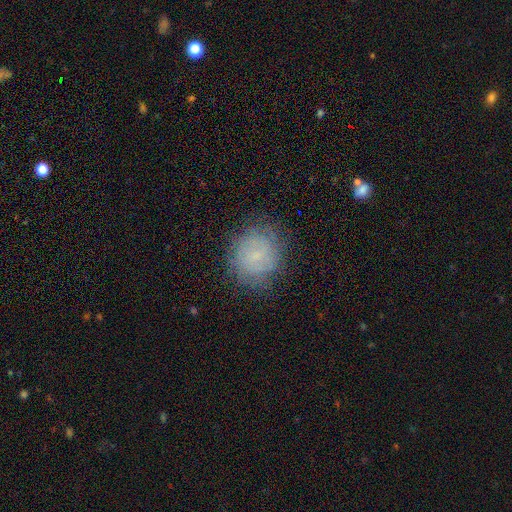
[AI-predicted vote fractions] Smooth or featured? smooth (56%)
How rounded? round (81%)
Merging? none (76%)